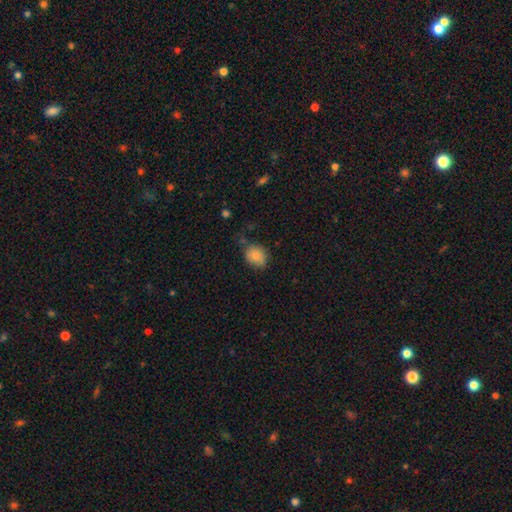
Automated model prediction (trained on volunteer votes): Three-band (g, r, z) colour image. It shows a smooth galaxy with no disk features (83%) that is round (50%). Merging: none (67%).